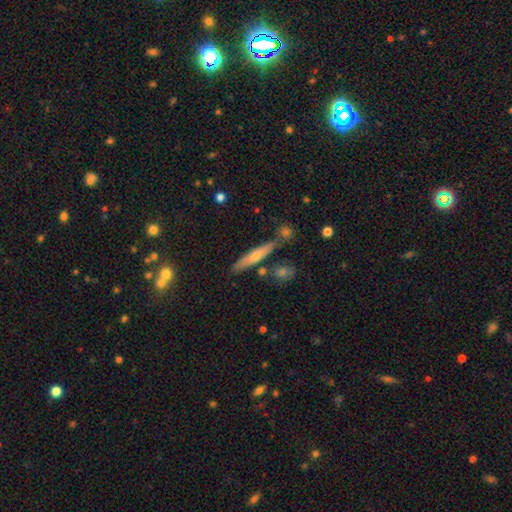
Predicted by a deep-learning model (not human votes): smooth-or-featured: smooth: 52% | featured or disk: 41% | star or artifact: 7%
  how-rounded: cigar-shaped: 88% | in between: 10% | round: 2%
  merging: none: 78% | minor disturbance: 12% | merger: 8% | major disturbance: 3%